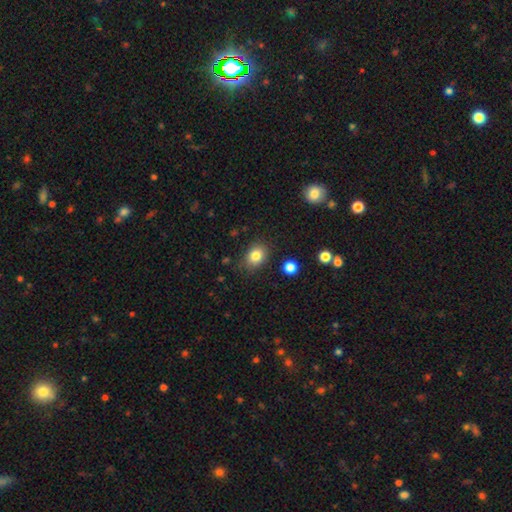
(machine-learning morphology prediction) Overall: smooth (83%). How rounded: in between (62%; round 37%). Merging: none (82%).